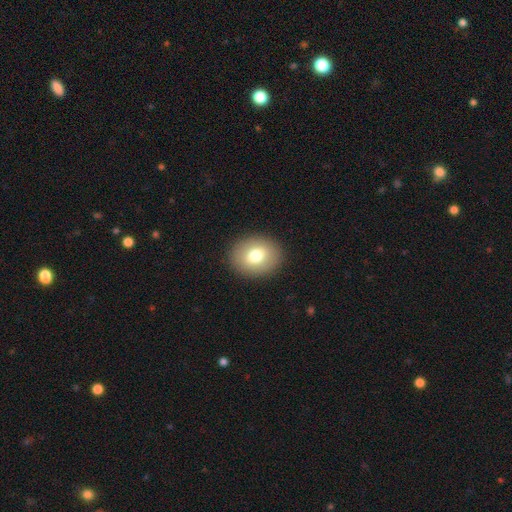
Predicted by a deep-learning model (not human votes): Smooth or featured? smooth (76%)
How rounded? round (50%)
Merging? none (90%)